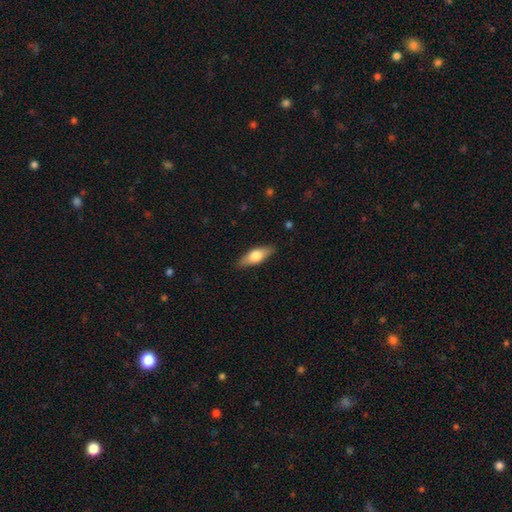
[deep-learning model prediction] The model was most divided on "smooth or featured": smooth: 65%, featured or disk: 29%, star or artifact: 6%. More confident: merging — none (87%); how rounded — in between (71%).